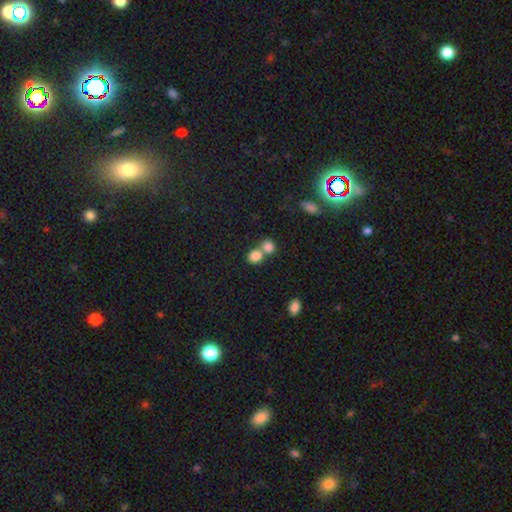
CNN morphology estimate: smooth-or-featured: smooth: 82% | star or artifact: 10% | featured or disk: 8%
  how-rounded: round: 66% | in between: 33% | cigar-shaped: 1%
  merging: merger: 56% | none: 35% | minor disturbance: 6% | major disturbance: 3%